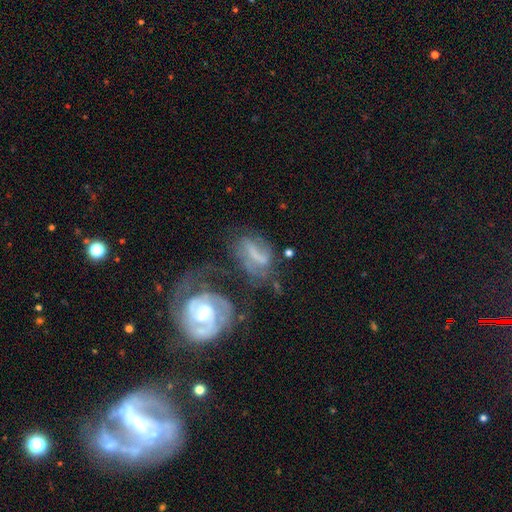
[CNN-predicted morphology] Smooth or featured?
  - featured or disk: 61% *
  - smooth: 28%
  - star or artifact: 11%
Edge-on disk?
  - no: 93% *
  - yes: 7%
Bar?
  - strong: 39% *
  - weak: 35%
  - no: 26%
Spiral arms?
  - yes: 75% *
  - no: 25%
Bulge size?
  - none: 50% *
  - small: 24%
  - moderate: 19%
  - large: 4%
  - dominant: 2%
Merging?
  - none: 33% *
  - major disturbance: 27%
  - minor disturbance: 21%
  - merger: 18%